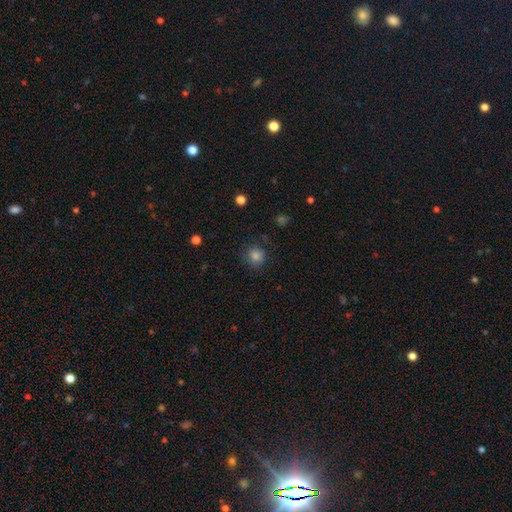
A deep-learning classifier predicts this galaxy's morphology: smooth-or-featured: smooth: 81% | star or artifact: 14% | featured or disk: 5%
  how-rounded: round: 91% | in between: 8% | cigar-shaped: 1%
  merging: none: 84% | minor disturbance: 10% | major disturbance: 4% | merger: 2%